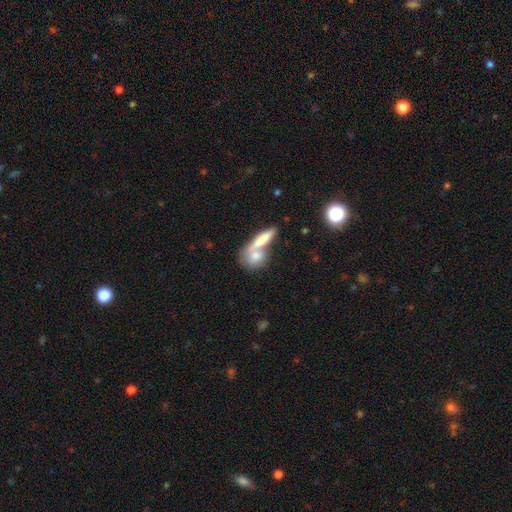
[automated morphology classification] Smooth or featured? smooth (75%)
How rounded? in between (38%)
Merging? merger (47%)